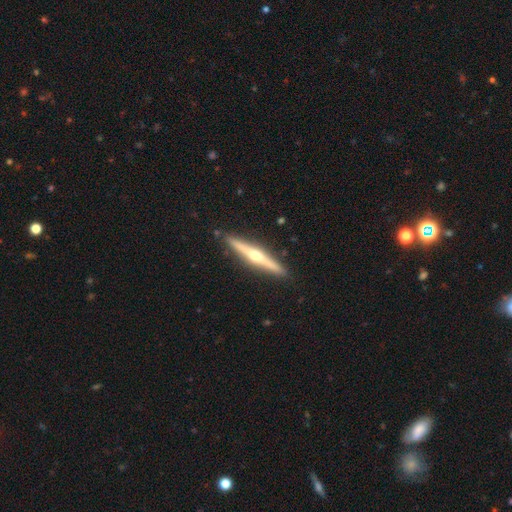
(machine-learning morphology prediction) Smooth or featured?
  - featured or disk: 74% *
  - smooth: 21%
  - star or artifact: 5%
Edge-on disk?
  - yes: 97% *
  - no: 3%
Edge-on bulge?
  - rounded: 93% *
  - none: 5%
  - boxy: 2%
Merging?
  - none: 90% *
  - minor disturbance: 7%
  - major disturbance: 1%
  - merger: 1%